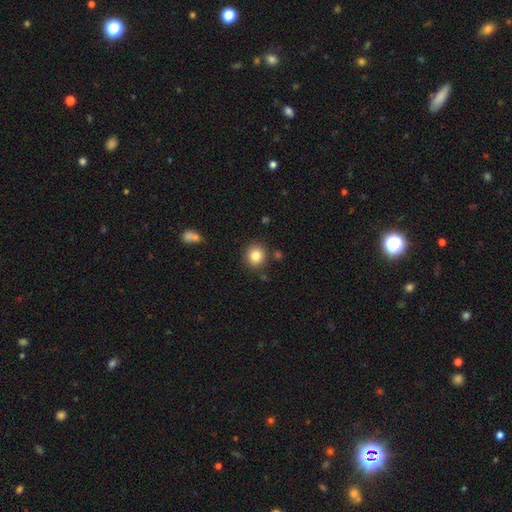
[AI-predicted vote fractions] A smooth galaxy with no disk features (83%) that is round (87%). Merging: none (86%).